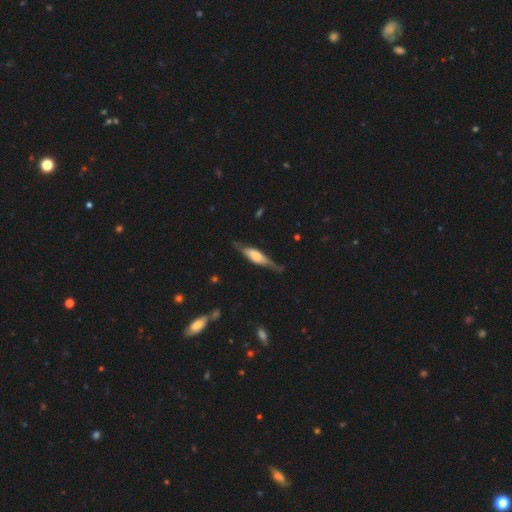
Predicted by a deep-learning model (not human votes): Smooth or featured? Predicted: featured or disk (p=0.59). Edge-on disk? Predicted: yes (p=0.91). Edge-on bulge? Predicted: rounded (p=0.49). Merging? Predicted: none (p=0.70).